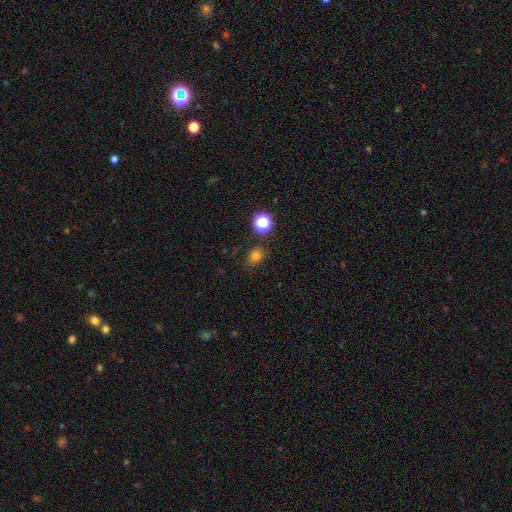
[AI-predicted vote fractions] A smooth galaxy with no disk features (74%) that is round (63%).

Vote fractions:
- Smooth or featured? smooth: 74% / star or artifact: 20% / featured or disk: 6%
- How rounded? round: 63% / in between: 35% / cigar-shaped: 1%
- Merging? none: 75% / minor disturbance: 16% / major disturbance: 5% / merger: 4%